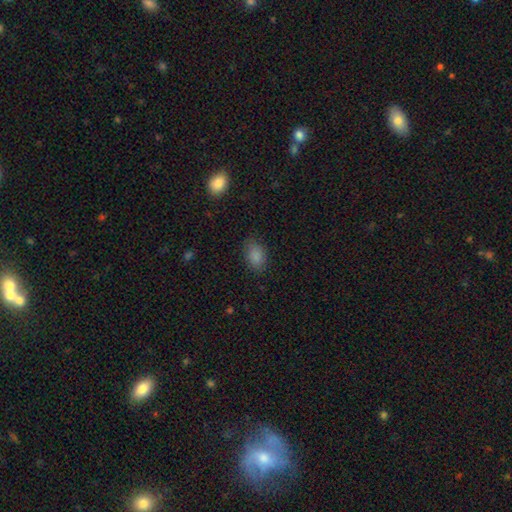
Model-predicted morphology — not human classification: A smooth galaxy with no disk features (86%) that is in between round and cigar-shaped (86%).

Vote fractions:
- Smooth or featured? smooth: 86% / star or artifact: 10% / featured or disk: 5%
- How rounded? in between: 86% / round: 12% / cigar-shaped: 1%
- Merging? none: 80% / minor disturbance: 15% / major disturbance: 4% / merger: 1%